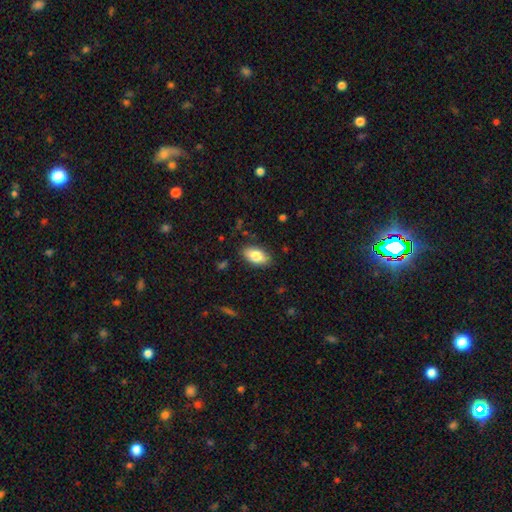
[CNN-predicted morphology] smooth 80%, featured or disk 14%, star or artifact 7%. Down the decision tree: how rounded — in between (92%); merging — none (86%).